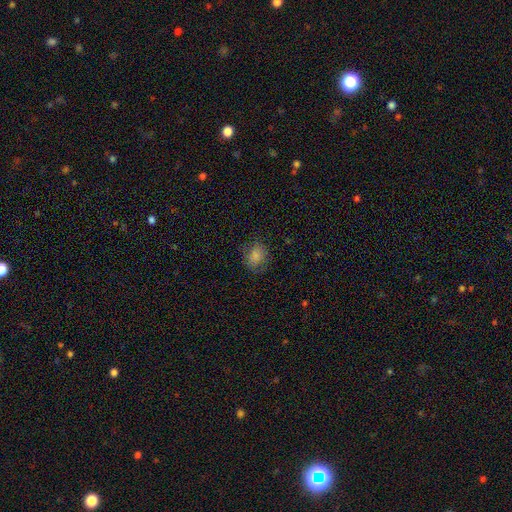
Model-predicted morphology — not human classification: smooth 77%, star or artifact 12%, featured or disk 11%. Down the decision tree: how rounded — round (56%); merging — none (72%).